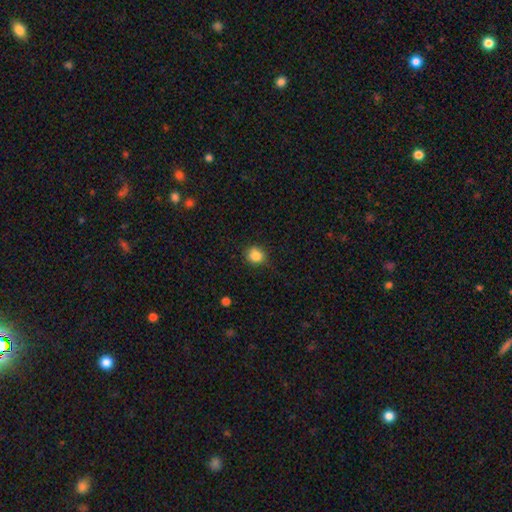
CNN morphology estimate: Smooth or featured? smooth (85%)
How rounded? round (82%)
Merging? none (81%)